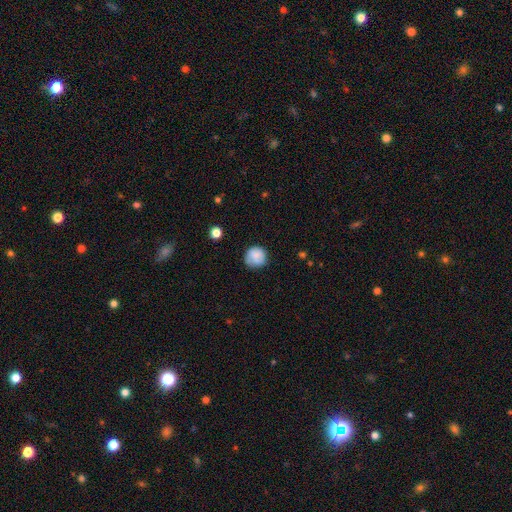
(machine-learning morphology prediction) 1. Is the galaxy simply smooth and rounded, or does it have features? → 80% smooth, 12% featured or disk, 8% star or artifact.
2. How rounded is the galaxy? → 91% round, 9% in between, 1% cigar-shaped.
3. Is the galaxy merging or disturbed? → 72% none, 21% minor disturbance, 5% major disturbance, 2% merger.